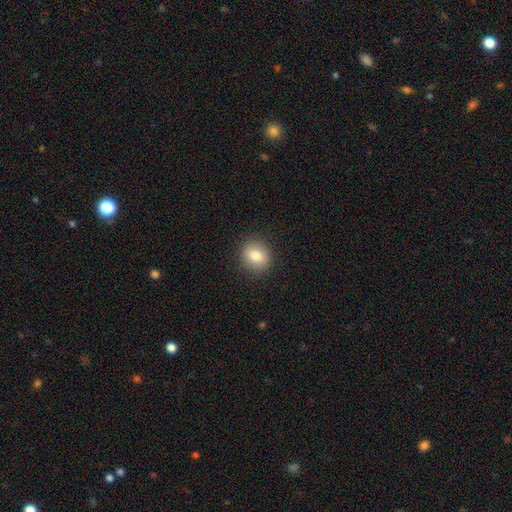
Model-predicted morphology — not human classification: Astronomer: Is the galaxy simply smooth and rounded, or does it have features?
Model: smooth — 82%.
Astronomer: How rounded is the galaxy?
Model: round — 68%.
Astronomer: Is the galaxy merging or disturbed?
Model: none — 89%.